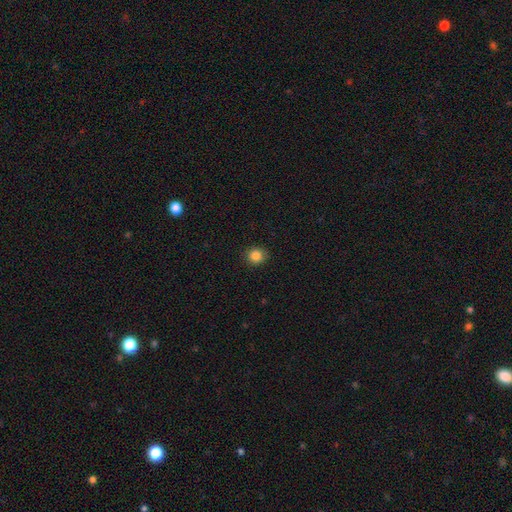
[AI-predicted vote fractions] Smooth or featured?
  - smooth: 85% *
  - star or artifact: 11%
  - featured or disk: 5%
How rounded?
  - round: 85% *
  - in between: 14%
  - cigar-shaped: 1%
Merging?
  - none: 89% *
  - minor disturbance: 8%
  - major disturbance: 2%
  - merger: 1%